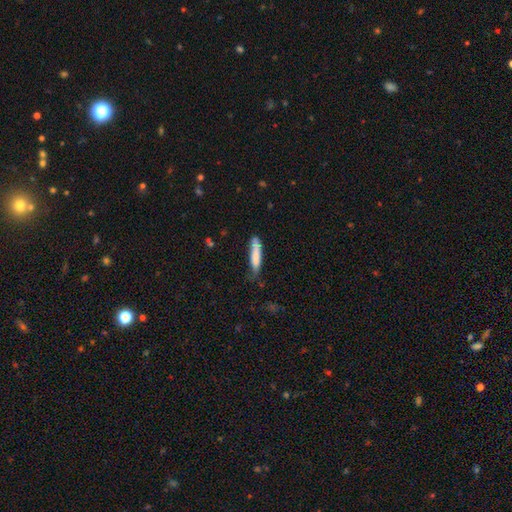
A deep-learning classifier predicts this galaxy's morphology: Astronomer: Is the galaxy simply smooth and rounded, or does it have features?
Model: smooth — 76%.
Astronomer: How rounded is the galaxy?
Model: cigar-shaped — 84%.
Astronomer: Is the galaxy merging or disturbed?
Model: none — 59%.